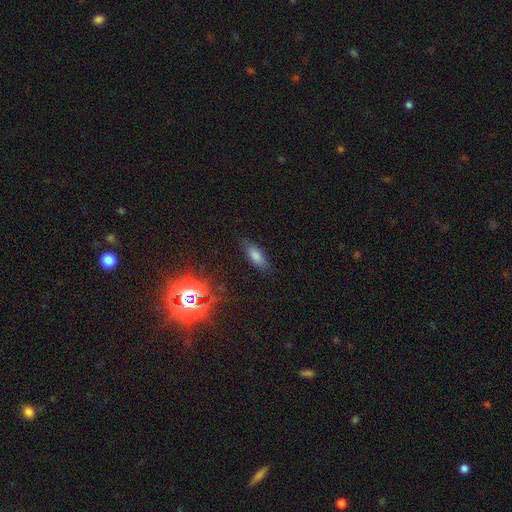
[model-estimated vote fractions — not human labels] Morphology: type=smooth (71%); roundness=in between (69%); merging=none (83%).